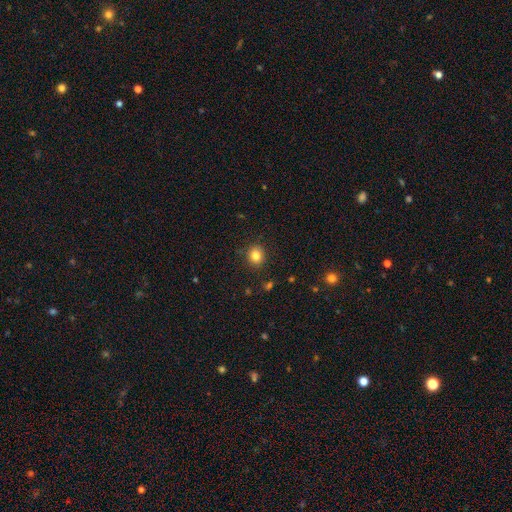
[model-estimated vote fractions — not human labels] This appears to be a smooth galaxy with no disk features (82%) that is round (81%). Merging: none (89%).